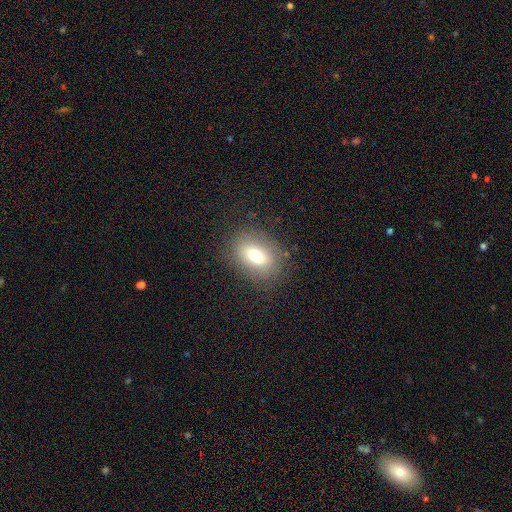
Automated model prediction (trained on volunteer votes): smooth_or_featured: smooth (p=0.71) [alt: featured or disk p=0.18]
how_rounded: in between (p=0.76) [alt: round p=0.22]
merging: none (p=0.82) [alt: minor disturbance p=0.12]